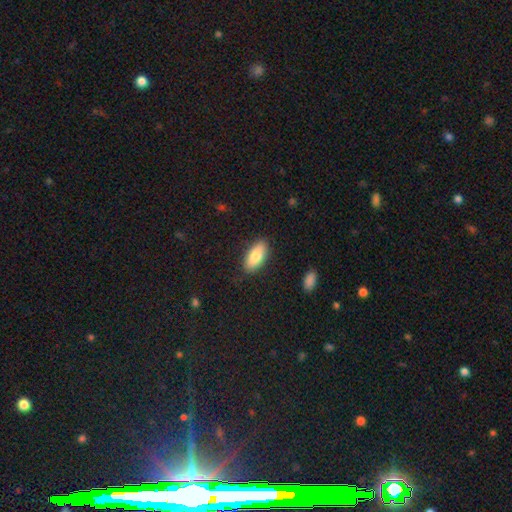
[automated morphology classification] Smooth or featured: smooth — 81% (featured or disk — 13%)
How rounded: in between — 88% (cigar-shaped — 10%)
Merging: none — 86% (minor disturbance — 11%)